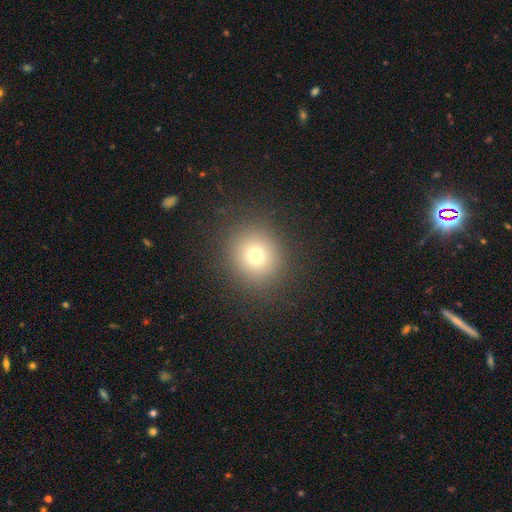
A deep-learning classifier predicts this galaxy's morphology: smooth_or_featured: smooth (p=0.73) [alt: star or artifact p=0.17]
how_rounded: round (p=0.89) [alt: in between p=0.10]
merging: none (p=0.89) [alt: minor disturbance p=0.06]